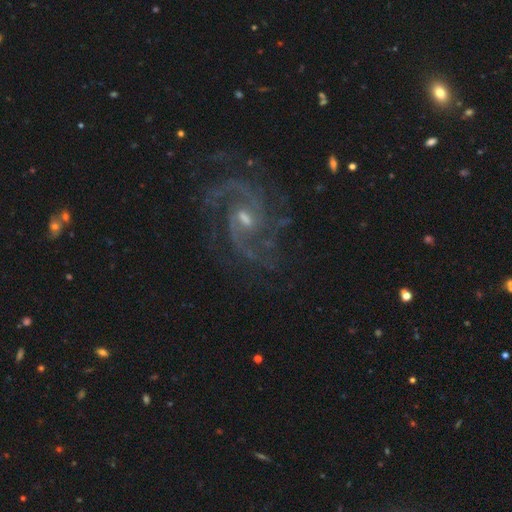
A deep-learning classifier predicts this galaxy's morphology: Overall: featured or disk (90%). Edge-on disk: no (98%). Bar: no (51%; weak 38%). Spiral arms: yes (98%). Spiral arm count: 2 (58%). Spiral winding: medium (57%; tight 29%). Bulge size: small (58%; moderate 36%). Merging: none (79%).